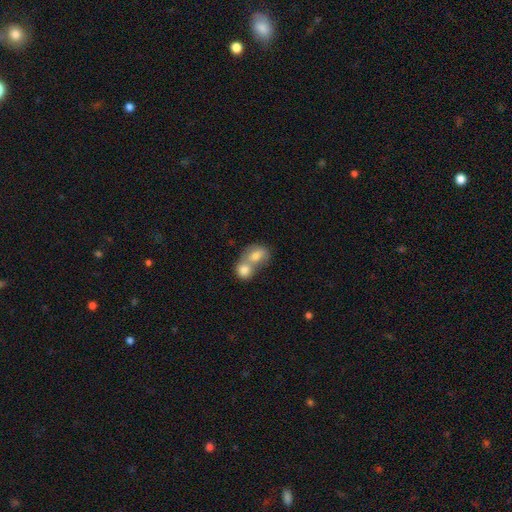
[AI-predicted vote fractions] The model was most divided on "how rounded": in between: 53%, round: 46%, cigar-shaped: 2%. More confident: smooth or featured — smooth (77%); merging — merger (75%).